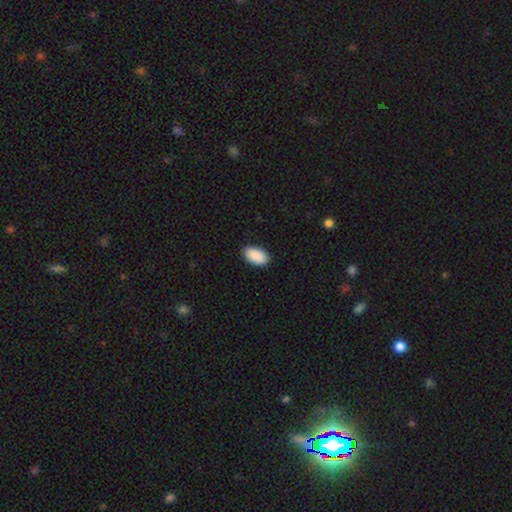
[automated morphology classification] Smooth or featured: smooth — 91% (star or artifact — 6%)
How rounded: in between — 95% (round — 3%)
Merging: none — 89% (minor disturbance — 8%)